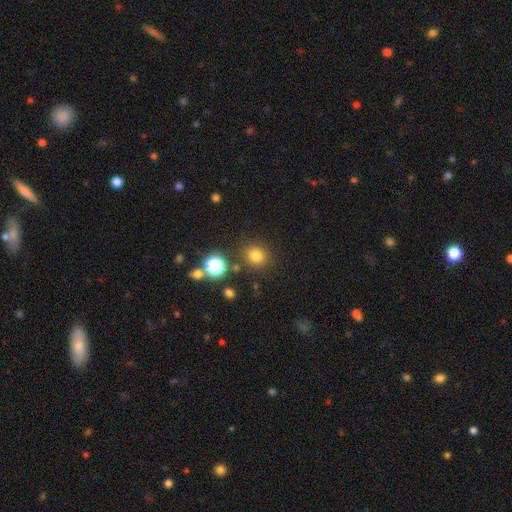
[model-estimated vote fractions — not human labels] smooth-or-featured: smooth: 75% | star or artifact: 18% | featured or disk: 6%
  how-rounded: round: 83% | in between: 16% | cigar-shaped: 1%
  merging: none: 85% | minor disturbance: 8% | merger: 4% | major disturbance: 3%